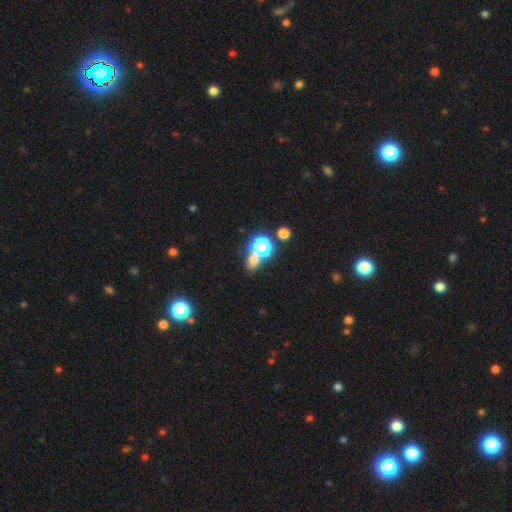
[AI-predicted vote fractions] This is possibly a smooth galaxy (57%). How rounded: likely round (62%). Merging: marginally none (44%).